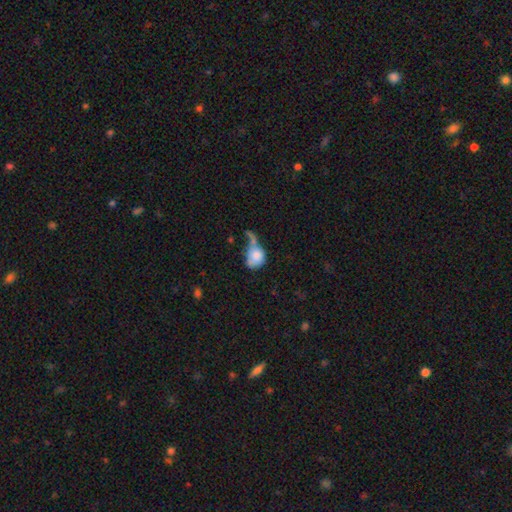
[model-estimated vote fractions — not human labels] Smooth or featured: smooth — 75% (featured or disk — 18%)
How rounded: round — 55% (in between — 44%)
Merging: merger — 31% (major disturbance — 28%)